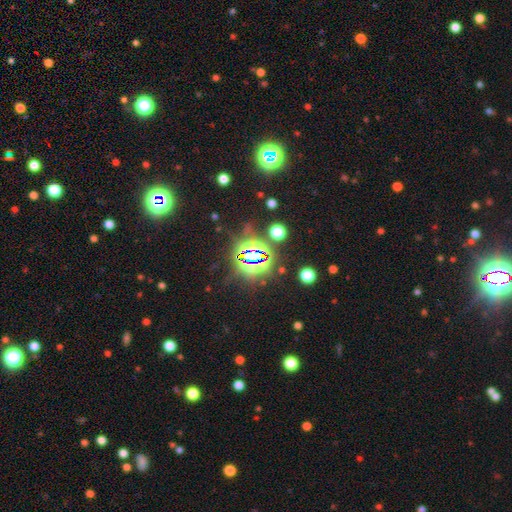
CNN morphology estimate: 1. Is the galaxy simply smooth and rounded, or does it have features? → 77% star or artifact, 14% smooth, 9% featured or disk.